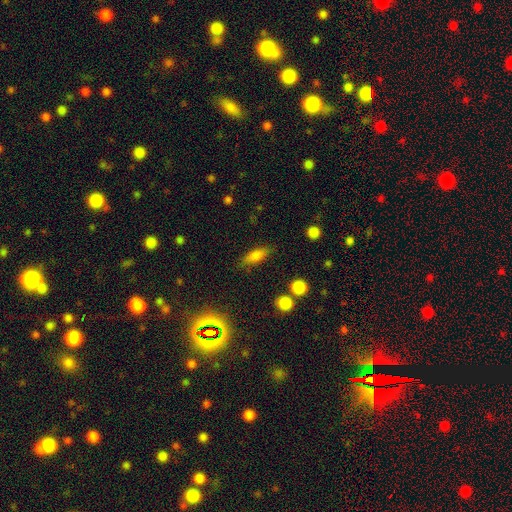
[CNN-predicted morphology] This appears to be a smooth galaxy with no disk features (76%) that is in between round and cigar-shaped (63%). Merging: none (81%).